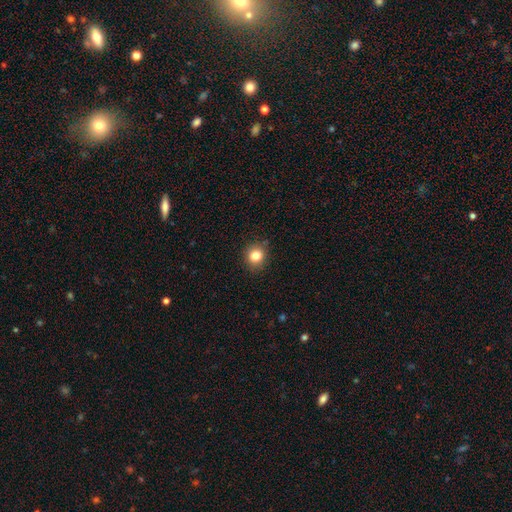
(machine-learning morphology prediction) Q: Smooth or featured?
A: smooth (83%); runner-up: star or artifact (12%)
Q: How rounded?
A: round (84%); runner-up: in between (15%)
Q: Merging?
A: none (87%); runner-up: minor disturbance (10%)